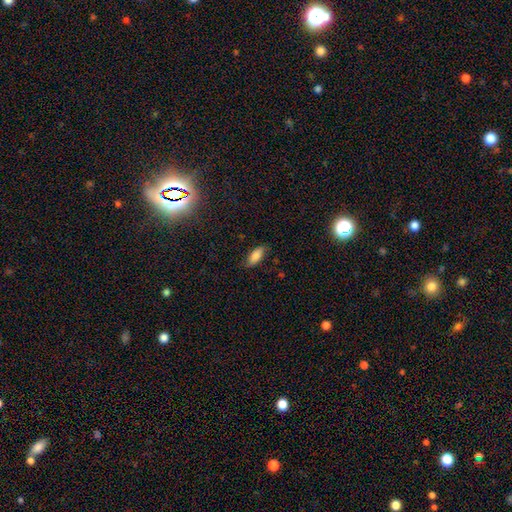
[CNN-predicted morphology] This is clearly a smooth galaxy (82%). How rounded: clearly in between (85%). Merging: likely none (78%).